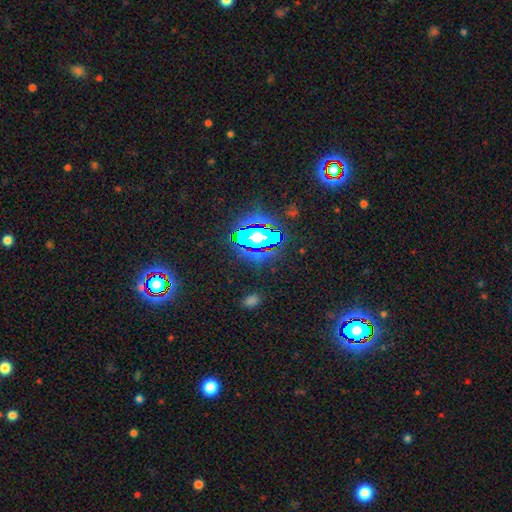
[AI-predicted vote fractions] Smooth or featured?
  - star or artifact: 83% *
  - smooth: 9%
  - featured or disk: 7%